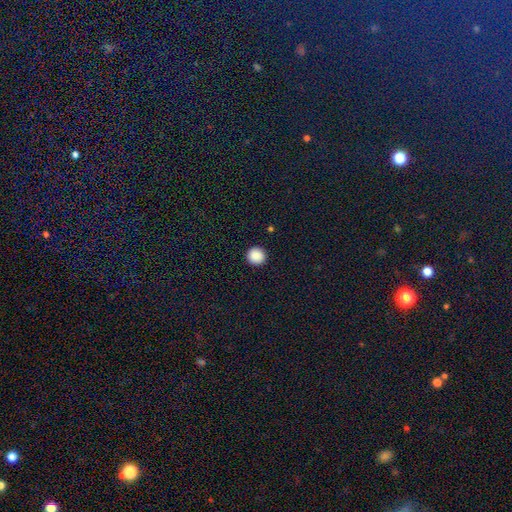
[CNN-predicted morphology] Overall: smooth (89%). How rounded: round (95%). Merging: none (93%).